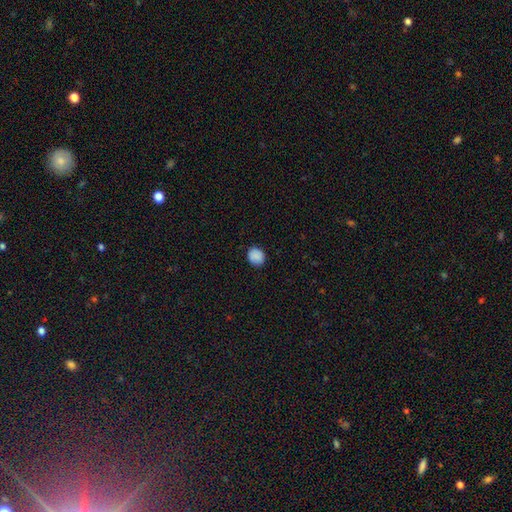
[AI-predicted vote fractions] A smooth galaxy with no disk features (87%) that is round (72%). Merging: none (84%).